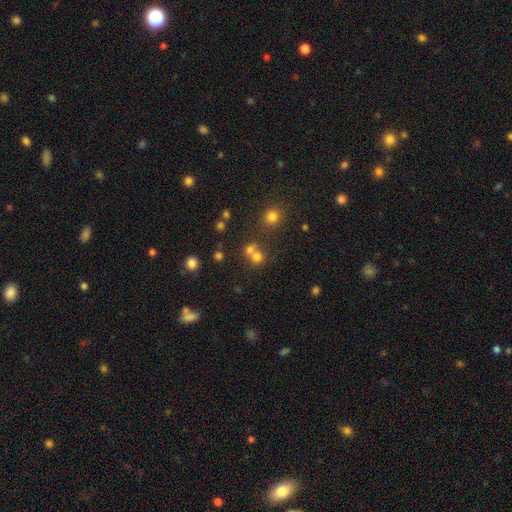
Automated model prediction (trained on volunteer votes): smooth_or_featured: smooth (p=0.66) [alt: star or artifact p=0.22]
how_rounded: round (p=0.85) [alt: in between p=0.14]
merging: none (p=0.48) [alt: merger p=0.42]